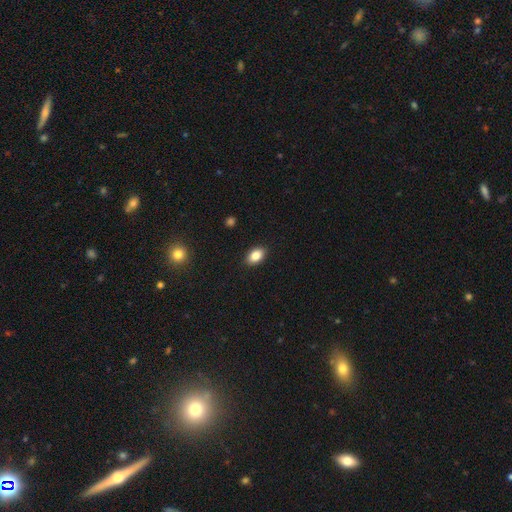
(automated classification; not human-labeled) smooth_or_featured: smooth (p=0.85) [alt: star or artifact p=0.08]
how_rounded: in between (p=0.87) [alt: round p=0.11]
merging: none (p=0.89) [alt: minor disturbance p=0.08]